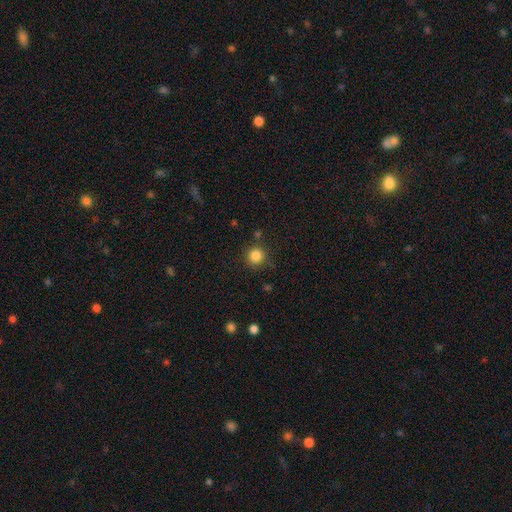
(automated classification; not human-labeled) This appears to be a smooth galaxy with no disk features (85%) that is round (93%). Merging: none (85%).